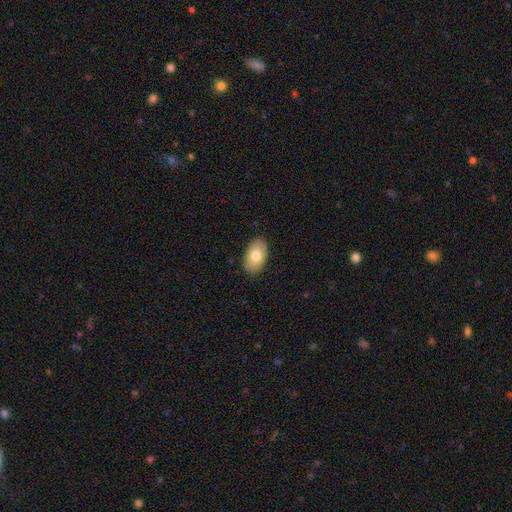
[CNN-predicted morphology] Overall: smooth (76%). How rounded: in between (93%). Merging: none (87%).